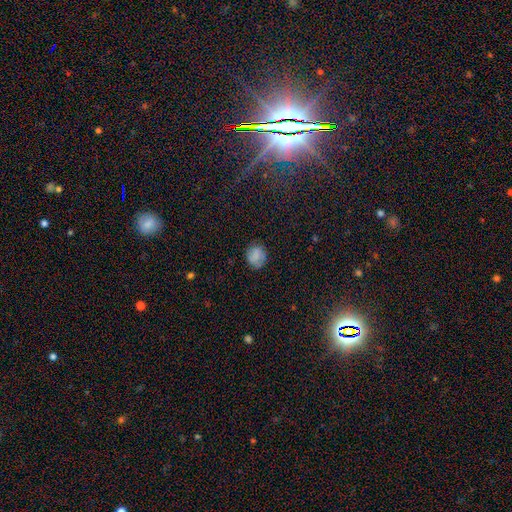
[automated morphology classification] smooth-or-featured: smooth: 79% | featured or disk: 11% | star or artifact: 10%
  how-rounded: round: 71% | in between: 28% | cigar-shaped: 1%
  merging: none: 78% | minor disturbance: 16% | major disturbance: 4% | merger: 1%